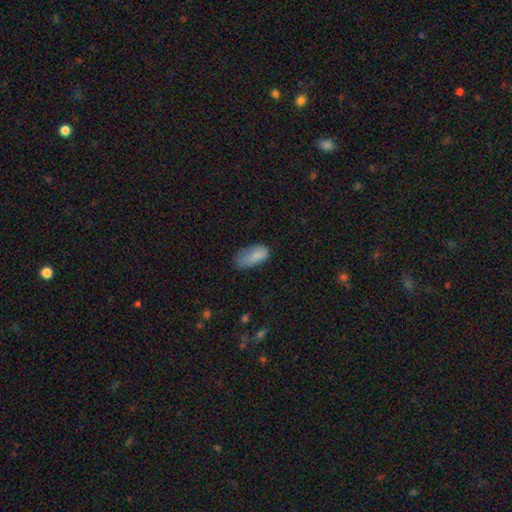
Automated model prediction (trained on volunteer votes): Smooth or featured?
  - smooth: 83% *
  - featured or disk: 9%
  - star or artifact: 8%
How rounded?
  - in between: 91% *
  - cigar-shaped: 6%
  - round: 3%
Merging?
  - none: 42% *
  - minor disturbance: 39%
  - major disturbance: 16%
  - merger: 2%